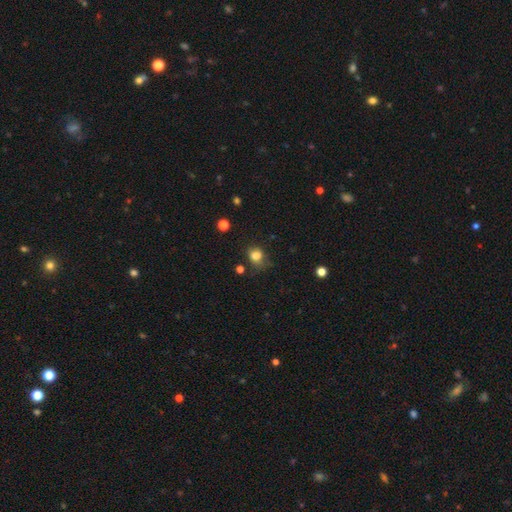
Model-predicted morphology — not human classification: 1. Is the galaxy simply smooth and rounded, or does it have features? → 81% smooth, 13% star or artifact, 7% featured or disk.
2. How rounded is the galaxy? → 66% round, 33% in between, 1% cigar-shaped.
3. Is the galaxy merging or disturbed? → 55% none, 28% minor disturbance, 13% major disturbance, 4% merger.